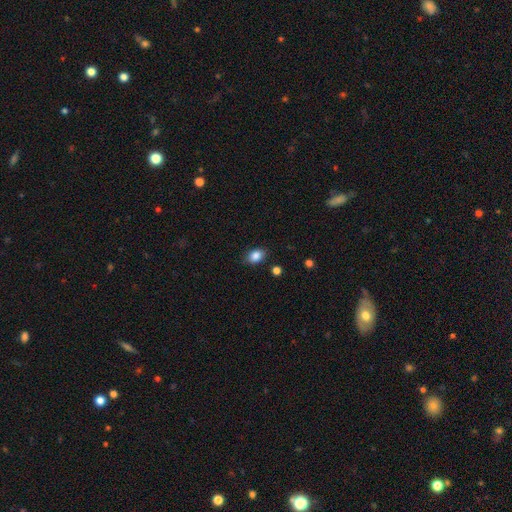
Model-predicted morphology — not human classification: This appears to be a smooth galaxy with no disk features (86%) that is in between round and cigar-shaped (77%). Merging: none (84%).